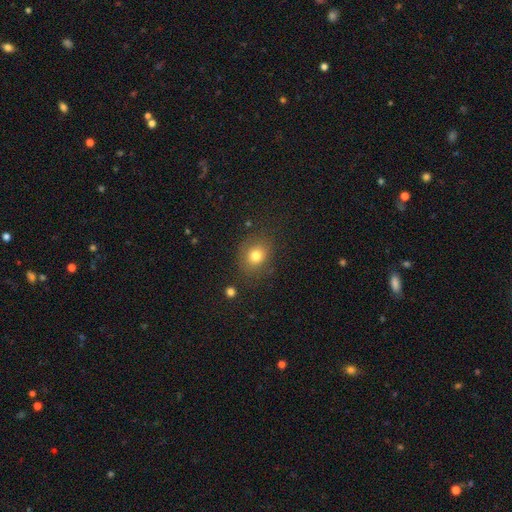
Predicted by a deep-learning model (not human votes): smooth-or-featured: smooth: 78% | star or artifact: 13% | featured or disk: 9%
  how-rounded: round: 63% | in between: 36% | cigar-shaped: 1%
  merging: none: 80% | minor disturbance: 13% | major disturbance: 5% | merger: 2%